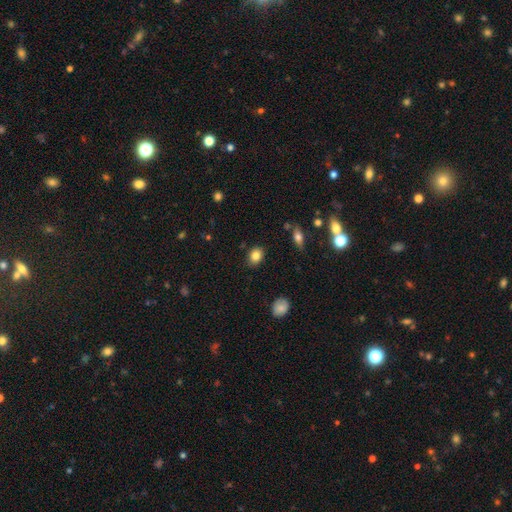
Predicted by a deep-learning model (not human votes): smooth_or_featured: smooth (p=0.84) [alt: star or artifact p=0.09]
how_rounded: in between (p=0.60) [alt: round p=0.39]
merging: none (p=0.86) [alt: minor disturbance p=0.10]